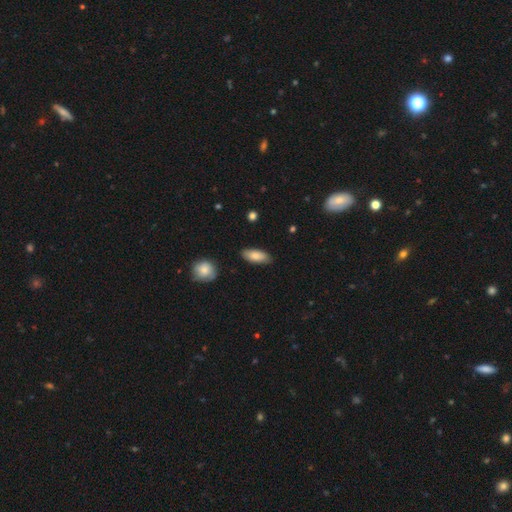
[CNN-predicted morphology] Smooth or featured? smooth (84%)
How rounded? in between (85%)
Merging? none (86%)